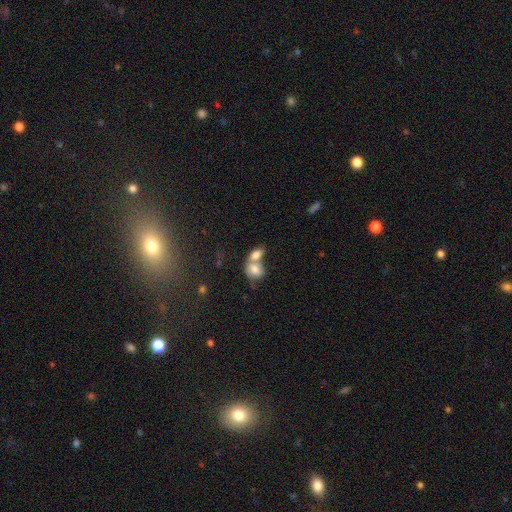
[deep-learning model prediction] A smooth galaxy with no disk features (76%) that is in between round and cigar-shaped (73%). Merging: merger (70%).